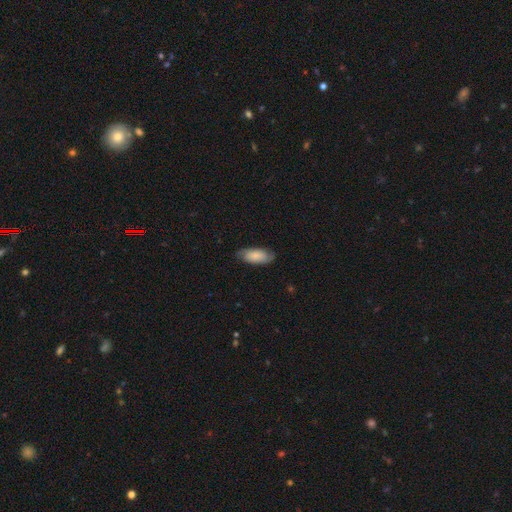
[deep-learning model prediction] Smooth or featured: smooth — 56% (featured or disk — 37%)
How rounded: in between — 87% (cigar-shaped — 11%)
Merging: none — 77% (minor disturbance — 17%)